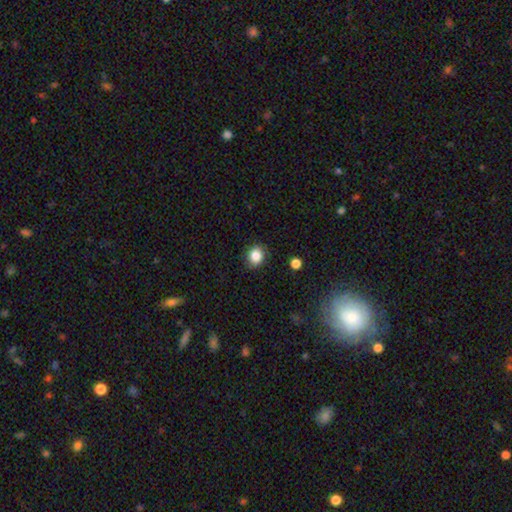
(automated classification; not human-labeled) A smooth galaxy with no disk features (85%) that is round (71%).

Vote fractions:
- Smooth or featured? smooth: 85% / star or artifact: 10% / featured or disk: 5%
- How rounded? round: 71% / in between: 28% / cigar-shaped: 1%
- Merging? none: 87% / minor disturbance: 10% / major disturbance: 2% / merger: 1%